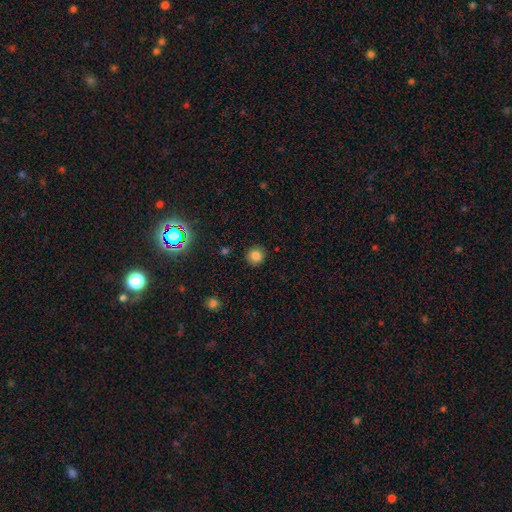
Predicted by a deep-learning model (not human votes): This is clearly a smooth galaxy (82%). How rounded: clearly round (88%). Merging: clearly none (89%).